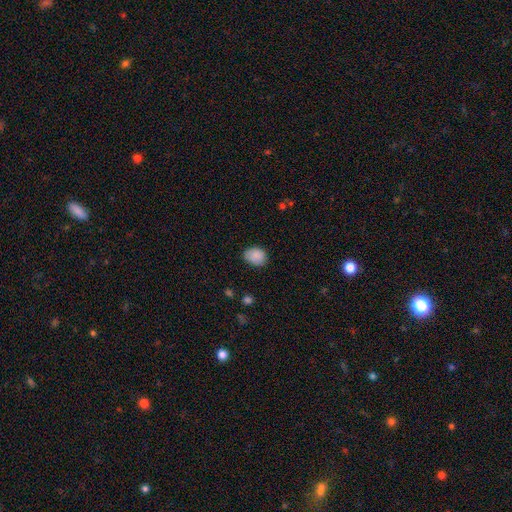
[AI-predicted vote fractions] Smooth or featured: smooth — 87% (star or artifact — 8%)
How rounded: in between — 64% (round — 35%)
Merging: none — 74% (minor disturbance — 21%)